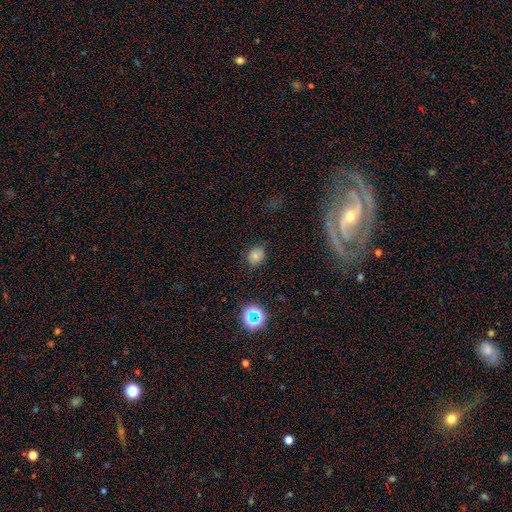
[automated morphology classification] Q: Smooth or featured?
A: smooth (73%); runner-up: star or artifact (18%)
Q: How rounded?
A: round (63%); runner-up: in between (36%)
Q: Merging?
A: none (76%); runner-up: minor disturbance (18%)